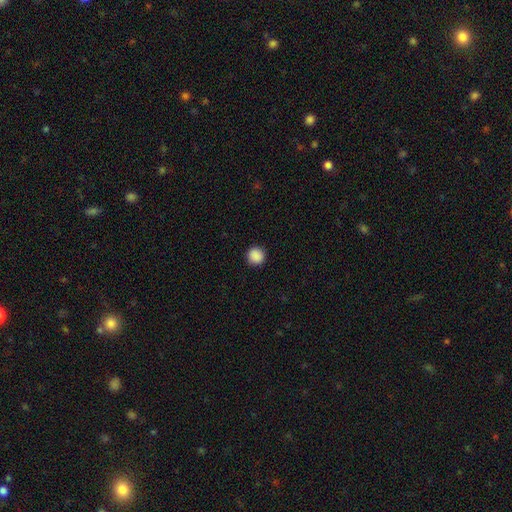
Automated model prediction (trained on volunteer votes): The model was most divided on "smooth or featured": smooth: 89%, star or artifact: 9%, featured or disk: 2%. More confident: how rounded — round (94%); merging — none (92%).